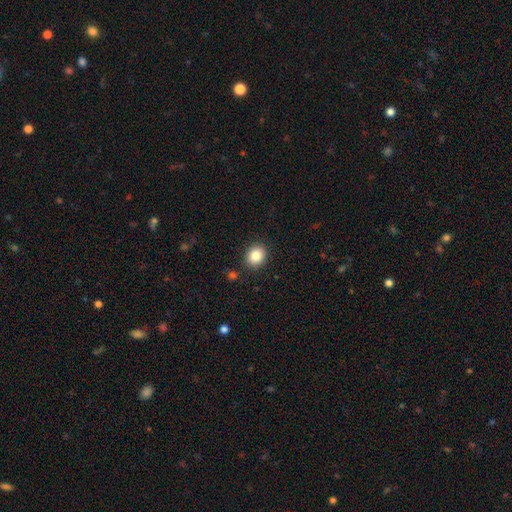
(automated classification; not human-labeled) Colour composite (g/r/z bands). It shows a smooth galaxy with no disk features (85%) that is round (68%). Merging: none (88%).